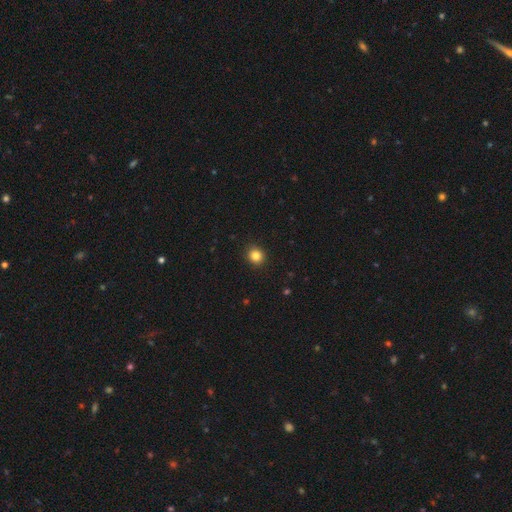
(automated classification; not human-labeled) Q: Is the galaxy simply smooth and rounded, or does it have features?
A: smooth — 84%.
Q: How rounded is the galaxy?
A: round — 82%.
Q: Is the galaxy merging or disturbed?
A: none — 91%.